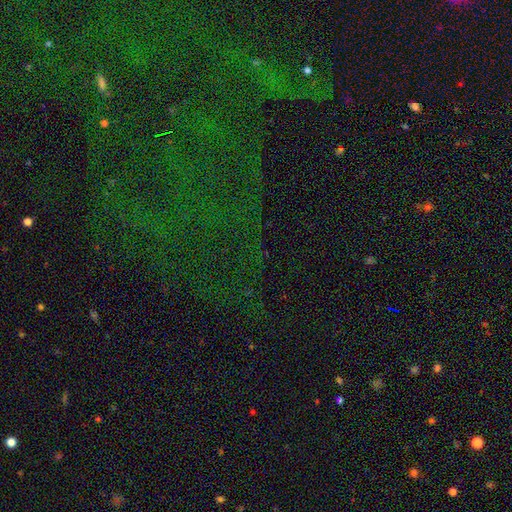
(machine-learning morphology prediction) Smooth or featured?
  - star or artifact: 83% *
  - smooth: 9%
  - featured or disk: 8%